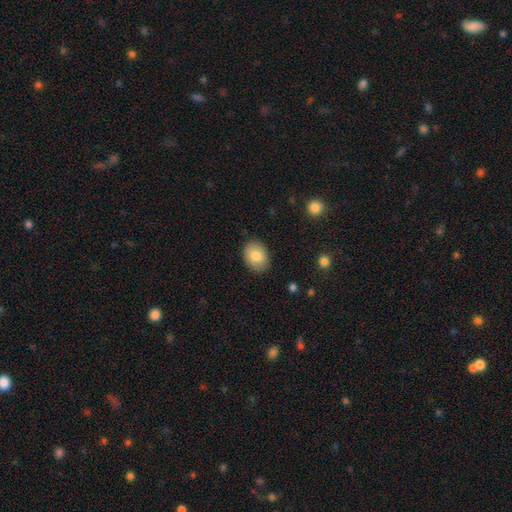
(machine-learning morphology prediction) This appears to be a smooth galaxy with no disk features (82%) that is in between round and cigar-shaped (68%). Merging: none (86%).